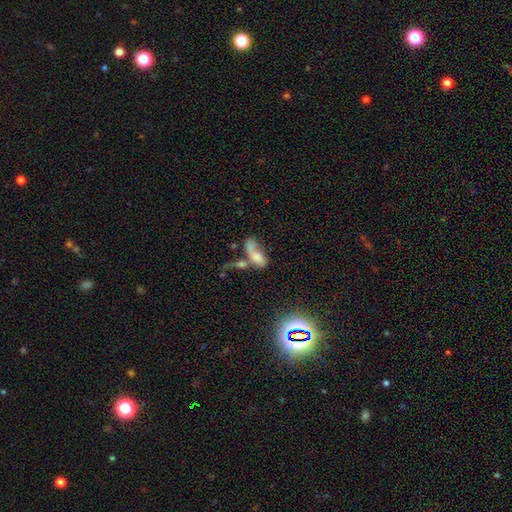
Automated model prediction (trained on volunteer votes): A smooth galaxy with no disk features (60%) that is in between round and cigar-shaped (80%).

Vote fractions:
- Smooth or featured? smooth: 60% / featured or disk: 27% / star or artifact: 12%
- How rounded? in between: 80% / cigar-shaped: 13% / round: 7%
- Merging? merger: 57% / major disturbance: 18% / none: 15% / minor disturbance: 9%